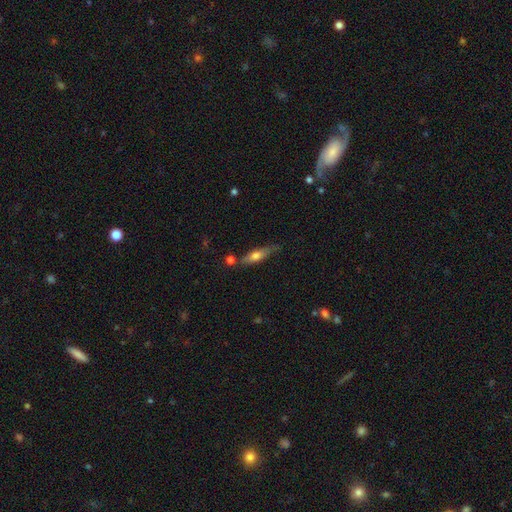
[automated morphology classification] smooth-or-featured: smooth: 54% | featured or disk: 39% | star or artifact: 7%
  how-rounded: cigar-shaped: 64% | in between: 33% | round: 3%
  merging: none: 63% | minor disturbance: 22% | merger: 9% | major disturbance: 6%